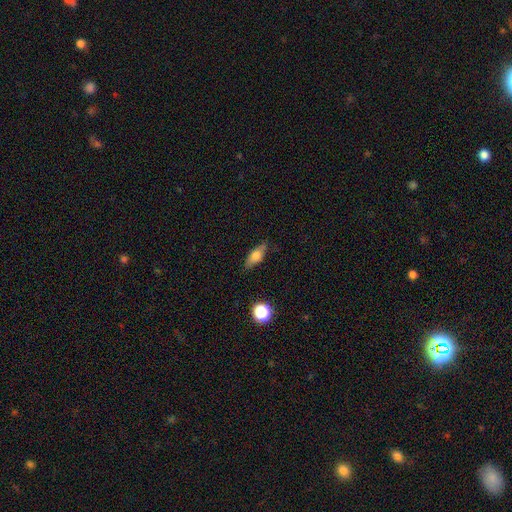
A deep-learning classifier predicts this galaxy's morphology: smooth_or_featured: smooth (p=0.61) [alt: featured or disk p=0.30]
how_rounded: in between (p=0.64) [alt: cigar-shaped p=0.30]
merging: none (p=0.83) [alt: minor disturbance p=0.13]